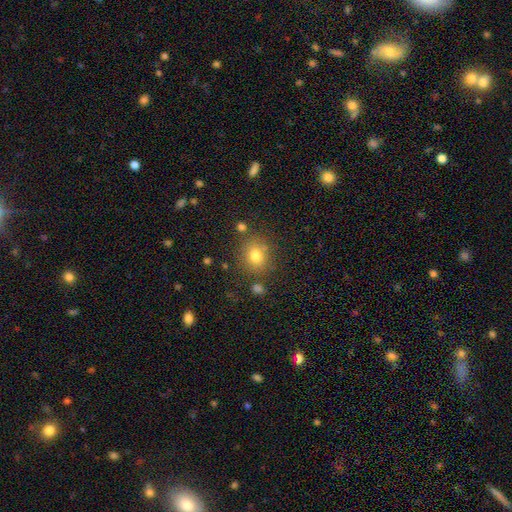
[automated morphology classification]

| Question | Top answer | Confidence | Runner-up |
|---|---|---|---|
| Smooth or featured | smooth | 78% | star or artifact (14%) |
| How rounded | round | 71% | in between (28%) |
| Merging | none | 80% | minor disturbance (11%) |